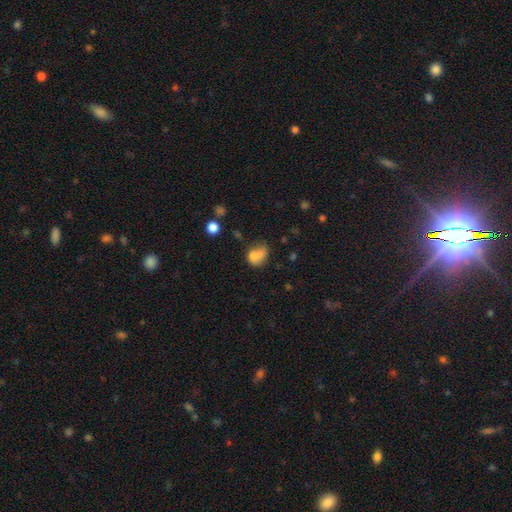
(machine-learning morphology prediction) Overall: smooth (75%). How rounded: in between (63%; round 36%). Merging: none (33%; minor disturbance 28%).